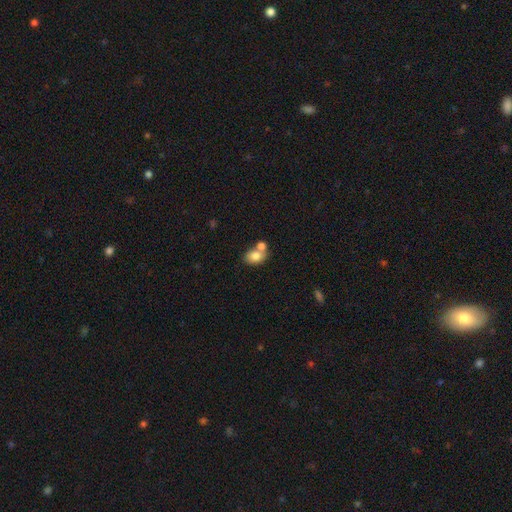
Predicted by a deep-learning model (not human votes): This appears to be a smooth galaxy with no disk features (79%) that is in between round and cigar-shaped (68%). Merging: none (43%).